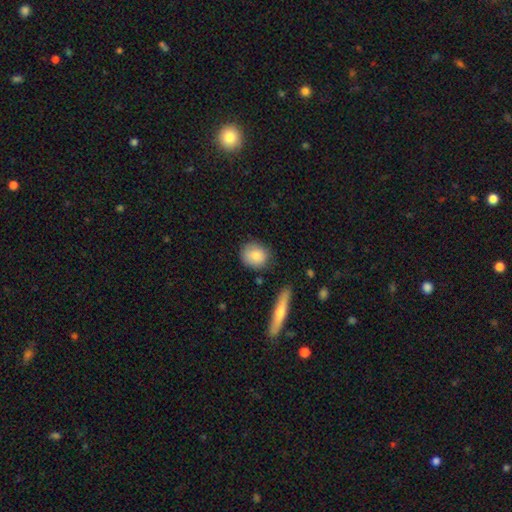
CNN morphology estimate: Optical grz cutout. It shows a smooth galaxy with no disk features (83%) that is round (75%). Merging: none (78%).